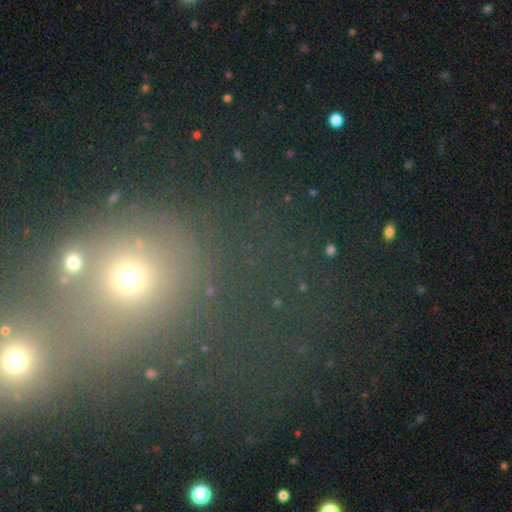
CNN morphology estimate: The model was most divided on "smooth or featured": smooth: 45%, star or artifact: 43%, featured or disk: 13%. Remaining: merging — none (47%).